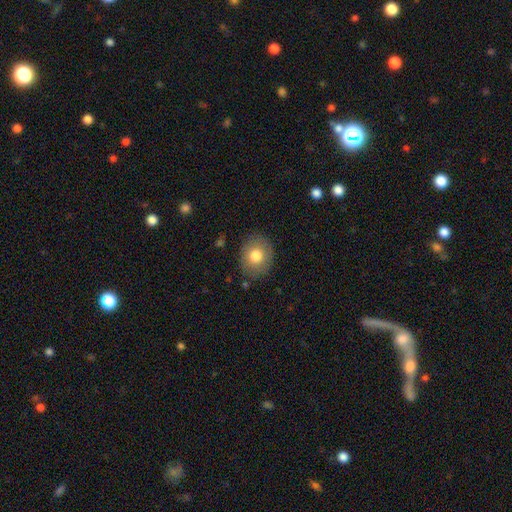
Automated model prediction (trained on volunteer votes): A smooth galaxy with no disk features (76%) that is round (62%).

Vote fractions:
- Smooth or featured? smooth: 76% / featured or disk: 16% / star or artifact: 8%
- How rounded? round: 62% / in between: 37% / cigar-shaped: 1%
- Merging? none: 84% / minor disturbance: 11% / major disturbance: 3% / merger: 2%